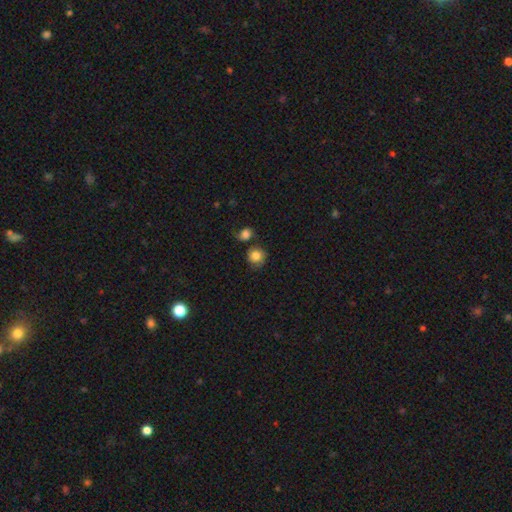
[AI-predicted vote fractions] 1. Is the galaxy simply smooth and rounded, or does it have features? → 80% smooth, 11% featured or disk, 9% star or artifact.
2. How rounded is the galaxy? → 87% round, 12% in between, 1% cigar-shaped.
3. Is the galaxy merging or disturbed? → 60% none, 18% merger, 16% minor disturbance, 7% major disturbance.